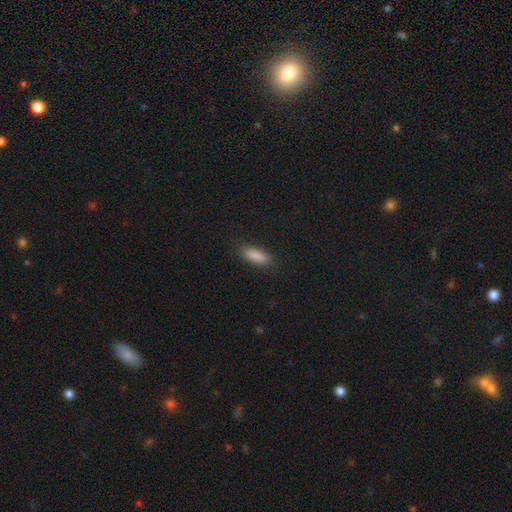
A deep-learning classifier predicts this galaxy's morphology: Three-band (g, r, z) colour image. It shows a smooth galaxy with no disk features (88%) that is in between round and cigar-shaped (64%). Merging: none (86%).